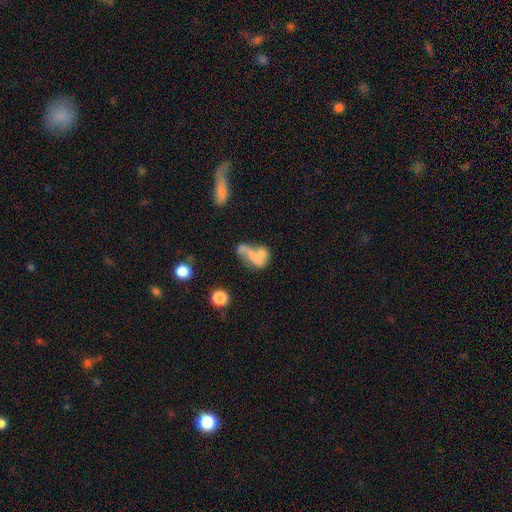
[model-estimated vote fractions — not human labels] featured or disk 48%, smooth 40%, star or artifact 12%. Down the decision tree: merging — merger (46%).